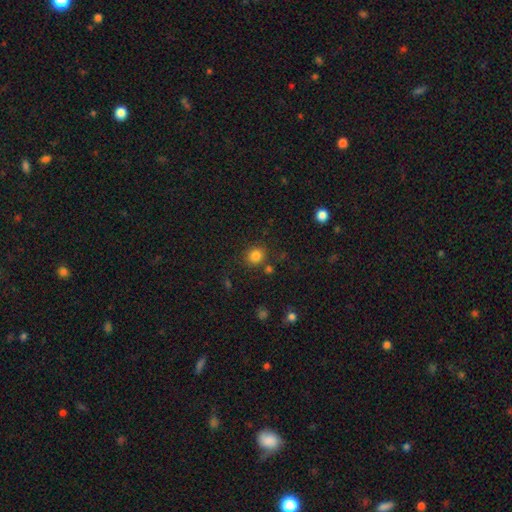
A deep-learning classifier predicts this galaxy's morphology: This is clearly a smooth galaxy (83%). How rounded: clearly round (82%). Merging: clearly none (82%).